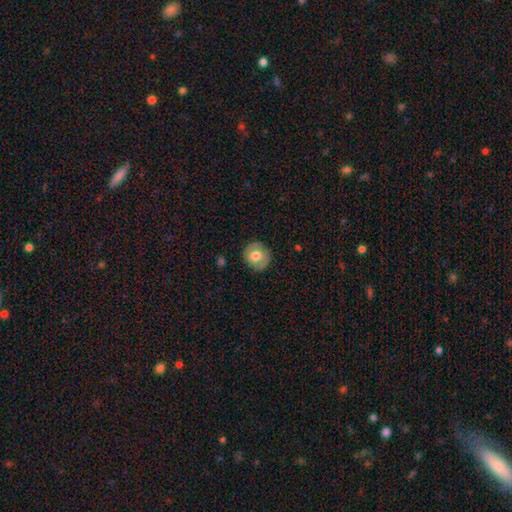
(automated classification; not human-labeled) smooth_or_featured: smooth (p=0.66) [alt: featured or disk p=0.26]
how_rounded: round (p=0.87) [alt: in between p=0.12]
merging: none (p=0.85) [alt: minor disturbance p=0.11]